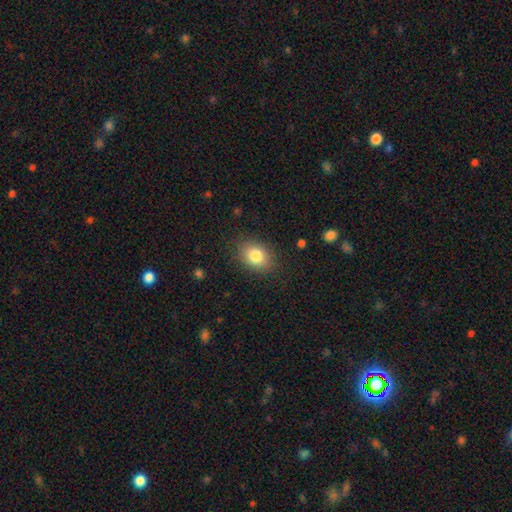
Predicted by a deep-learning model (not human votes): Smooth or featured?
  - smooth: 83% *
  - star or artifact: 9%
  - featured or disk: 8%
How rounded?
  - in between: 67% *
  - round: 32%
  - cigar-shaped: 1%
Merging?
  - none: 85% *
  - minor disturbance: 11%
  - major disturbance: 3%
  - merger: 1%